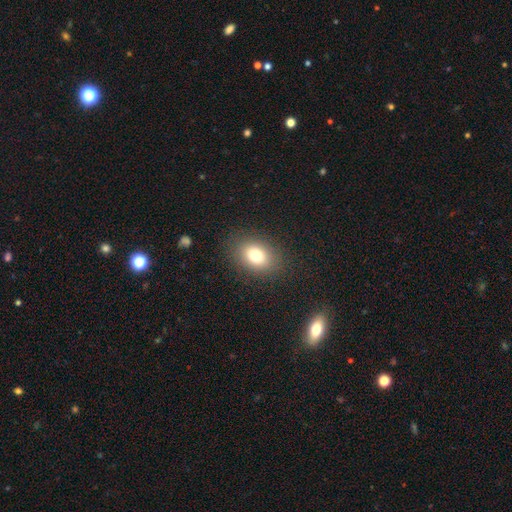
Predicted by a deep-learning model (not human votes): A smooth galaxy with no disk features (78%) that is in between round and cigar-shaped (66%). Merging: none (86%).